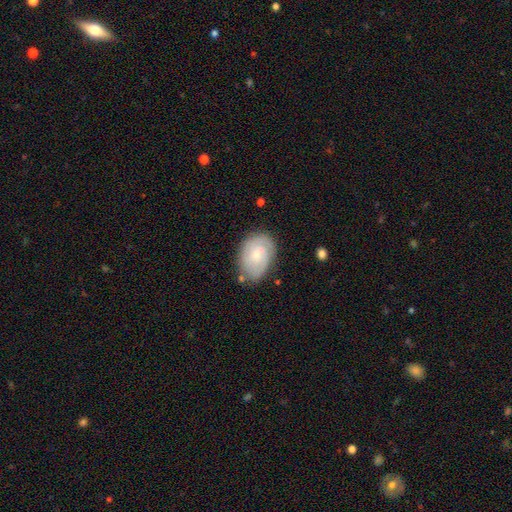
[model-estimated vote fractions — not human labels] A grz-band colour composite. It shows a featured or disk galaxy (64%) with no bar (68%), 2 (44%) tight (60%) spiral arms (90%) and a small central bulge (66%). Merging: none (73%).